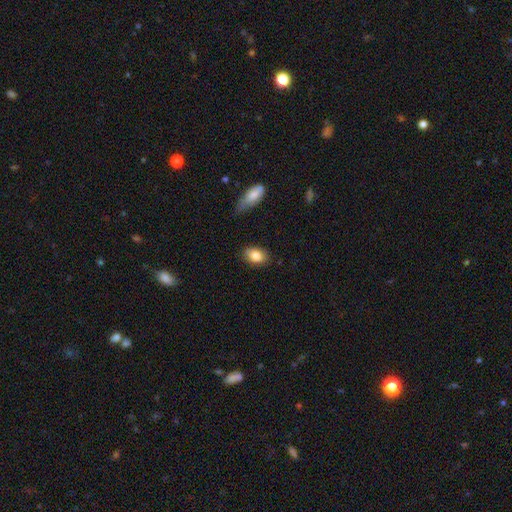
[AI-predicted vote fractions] Morphology: type=smooth (84%); roundness=in between (83%); merging=none (81%).